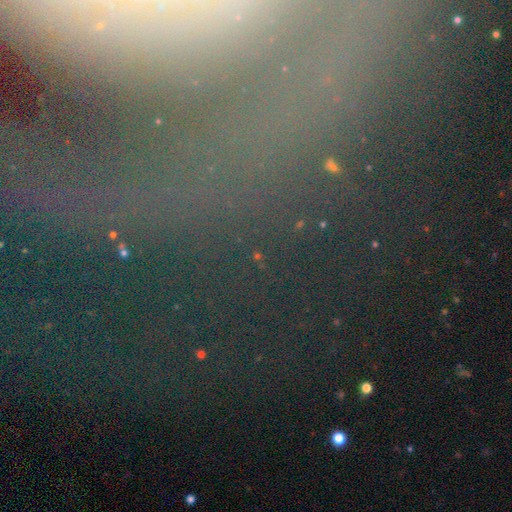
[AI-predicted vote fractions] This is possibly a star or artifact rather than a galaxy (54%).